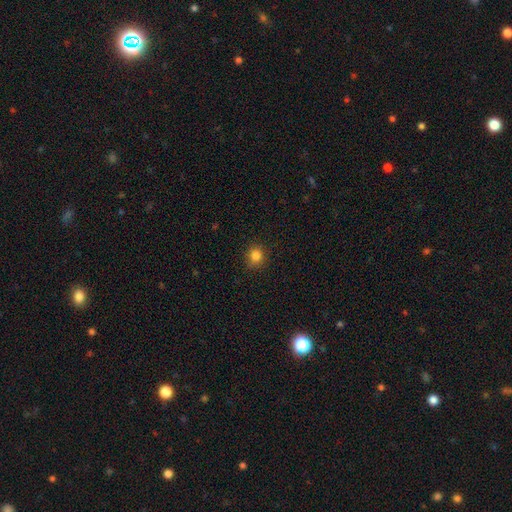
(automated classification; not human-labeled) smooth 83%, star or artifact 12%, featured or disk 4%. Down the decision tree: how rounded — round (87%); merging — none (88%).